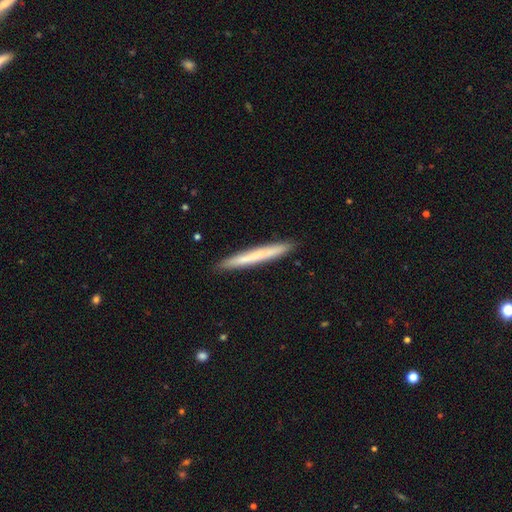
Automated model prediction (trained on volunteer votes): Morphology: type=smooth (63%); roundness=cigar-shaped (97%); merging=none (92%).